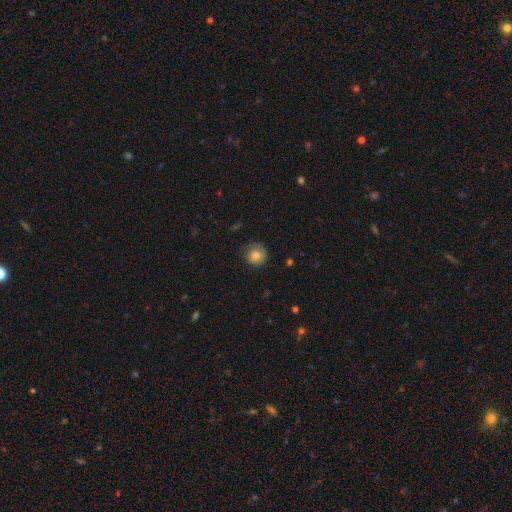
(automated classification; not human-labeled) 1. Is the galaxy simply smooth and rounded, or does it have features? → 78% smooth, 13% featured or disk, 9% star or artifact.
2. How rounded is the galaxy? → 88% round, 11% in between, 1% cigar-shaped.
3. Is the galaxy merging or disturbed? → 64% none, 25% minor disturbance, 10% major disturbance, 1% merger.